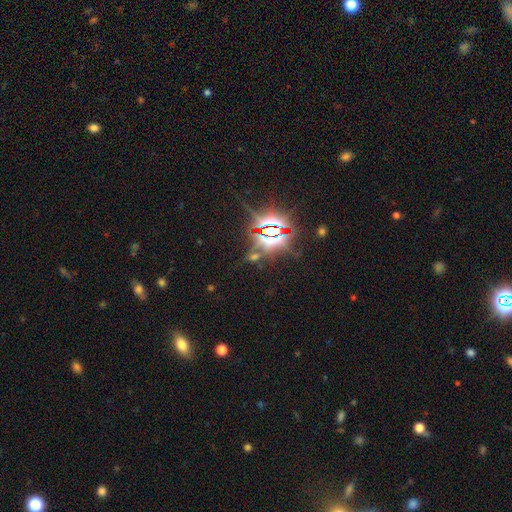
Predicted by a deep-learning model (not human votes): Smooth or featured? star or artifact (83%)